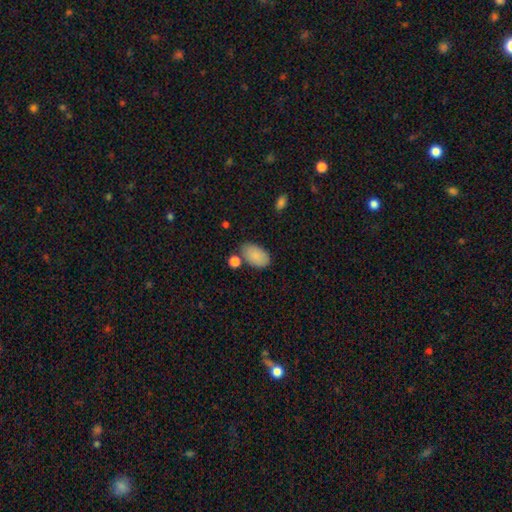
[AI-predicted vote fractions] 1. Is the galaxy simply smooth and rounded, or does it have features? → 86% smooth, 7% featured or disk, 7% star or artifact.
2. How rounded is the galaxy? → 94% in between, 5% round, 1% cigar-shaped.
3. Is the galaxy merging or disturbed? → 67% none, 19% minor disturbance, 9% merger, 5% major disturbance.